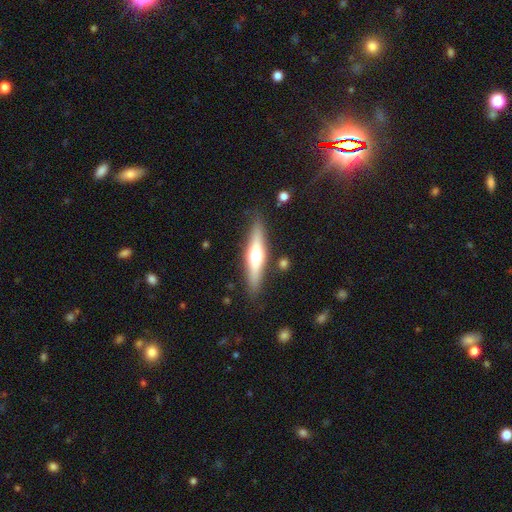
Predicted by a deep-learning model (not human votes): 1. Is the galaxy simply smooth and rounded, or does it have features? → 56% featured or disk, 39% smooth, 6% star or artifact.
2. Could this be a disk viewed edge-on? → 93% yes, 7% no.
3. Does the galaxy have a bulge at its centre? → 93% rounded, 4% none, 3% boxy.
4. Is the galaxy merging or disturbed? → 86% none, 10% minor disturbance, 2% major disturbance, 2% merger.